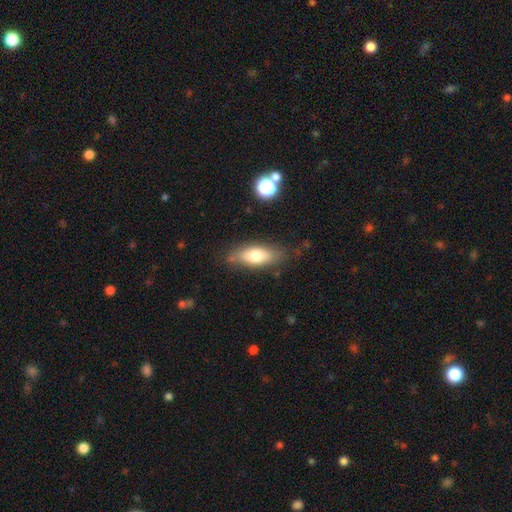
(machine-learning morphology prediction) Q: Smooth or featured?
A: smooth (70%); runner-up: featured or disk (23%)
Q: How rounded?
A: in between (75%); runner-up: cigar-shaped (21%)
Q: Merging?
A: none (73%); runner-up: minor disturbance (19%)